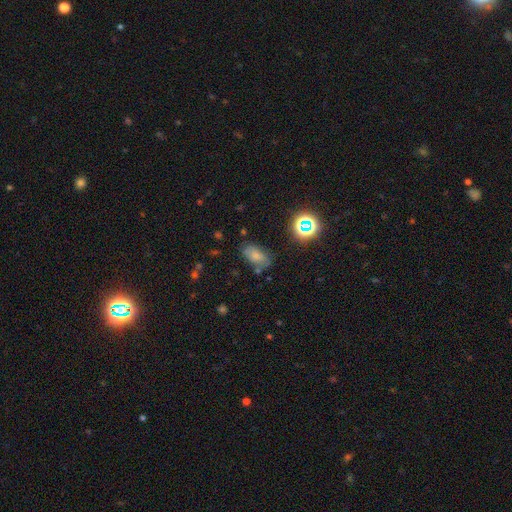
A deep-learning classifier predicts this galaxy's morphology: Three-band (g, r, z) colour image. It shows a smooth galaxy with no disk features (69%) that is in between round and cigar-shaped (89%). Merging: none (69%).